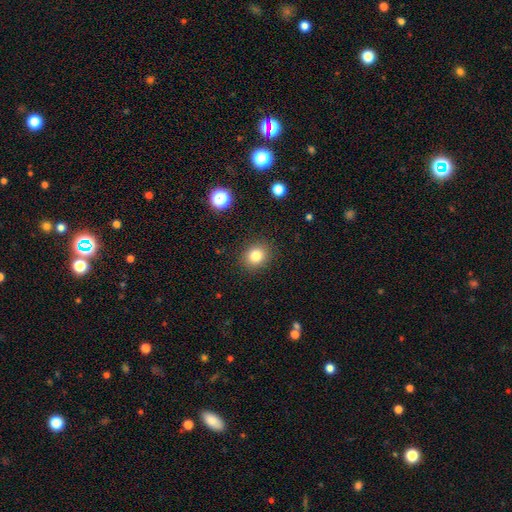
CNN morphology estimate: smooth-or-featured: smooth: 82% | star or artifact: 12% | featured or disk: 6%
  how-rounded: round: 74% | in between: 26% | cigar-shaped: 1%
  merging: none: 88% | minor disturbance: 8% | major disturbance: 3% | merger: 1%